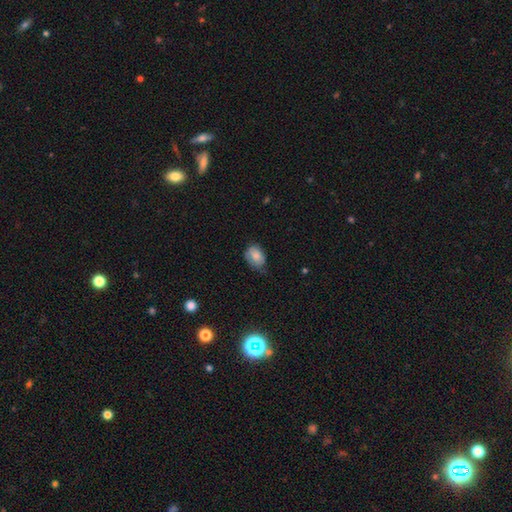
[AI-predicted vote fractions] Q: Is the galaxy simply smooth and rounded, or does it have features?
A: smooth — 73%.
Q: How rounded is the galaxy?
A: in between — 79%.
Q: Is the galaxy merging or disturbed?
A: none — 45%.